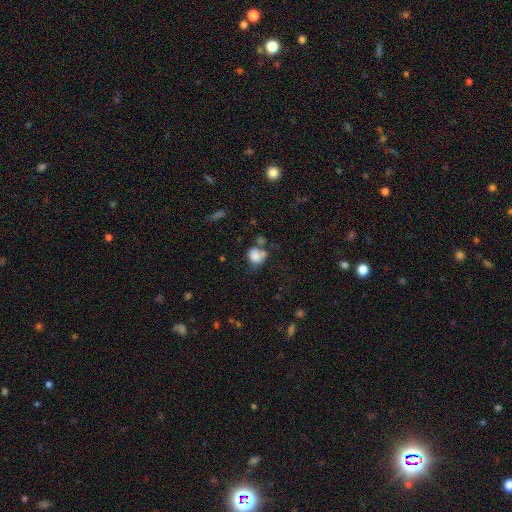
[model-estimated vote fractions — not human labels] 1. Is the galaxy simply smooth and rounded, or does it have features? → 77% smooth, 12% featured or disk, 11% star or artifact.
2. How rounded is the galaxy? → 61% round, 38% in between, 1% cigar-shaped.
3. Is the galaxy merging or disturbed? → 34% none, 29% merger, 21% minor disturbance, 15% major disturbance.